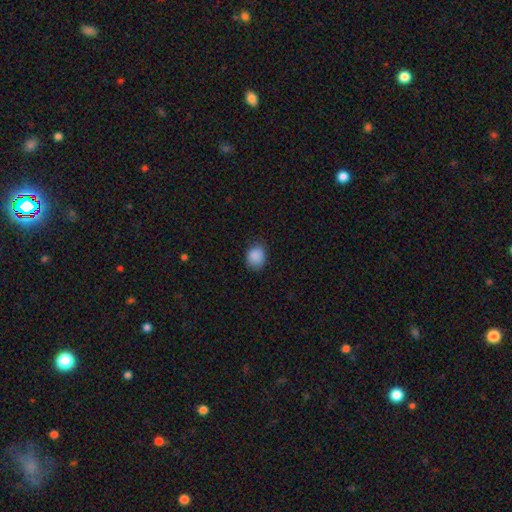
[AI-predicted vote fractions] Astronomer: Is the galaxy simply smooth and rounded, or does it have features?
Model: smooth — 88%.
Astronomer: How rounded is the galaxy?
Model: round — 55% (runner-up: in between, 44%).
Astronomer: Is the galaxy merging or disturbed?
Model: none — 73%.